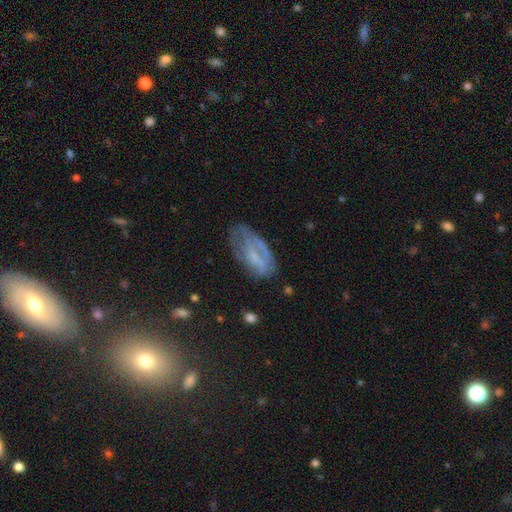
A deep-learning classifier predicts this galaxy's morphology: Smooth or featured: featured or disk — 49% (smooth — 40%)
Merging: none — 48% (minor disturbance — 29%)